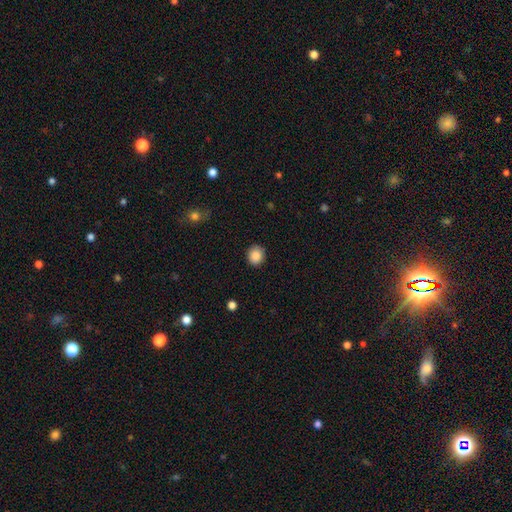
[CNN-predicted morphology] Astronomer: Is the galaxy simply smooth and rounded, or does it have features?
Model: smooth — 87%.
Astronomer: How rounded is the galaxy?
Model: round — 79%.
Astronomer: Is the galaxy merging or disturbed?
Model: none — 89%.